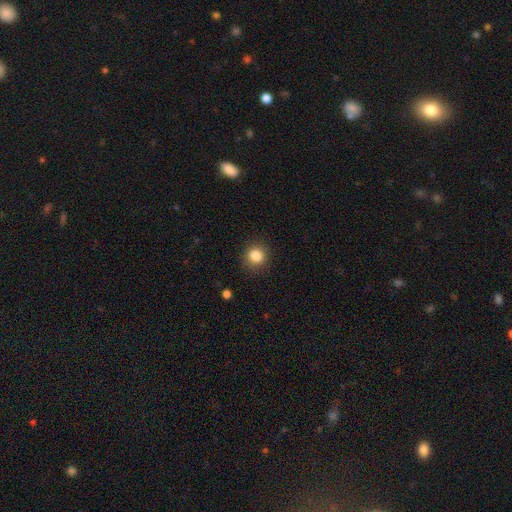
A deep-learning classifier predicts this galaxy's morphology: smooth_or_featured: smooth (p=0.84) [alt: star or artifact p=0.11]
how_rounded: round (p=0.87) [alt: in between p=0.12]
merging: none (p=0.87) [alt: minor disturbance p=0.09]